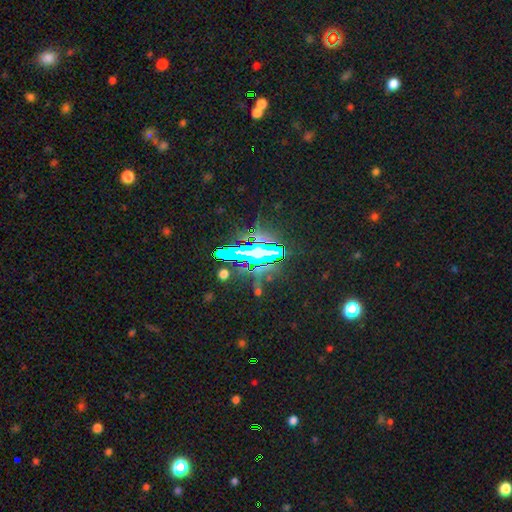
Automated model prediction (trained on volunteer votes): A star or artifact, not a galaxy (80%).

Vote fractions:
- Smooth or featured? star or artifact: 80% / smooth: 11% / featured or disk: 9%